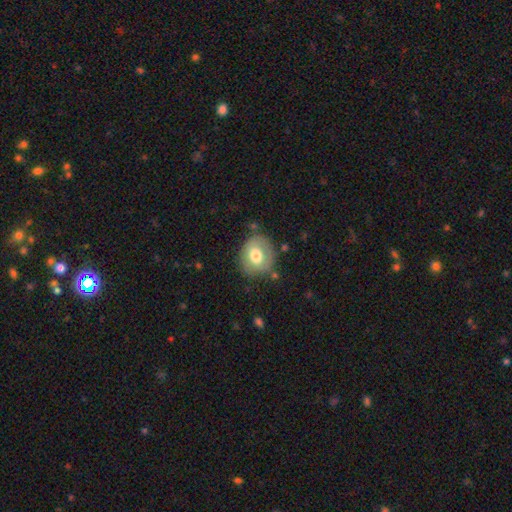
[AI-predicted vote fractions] Smooth or featured? smooth (66%)
How rounded? round (62%)
Merging? none (72%)